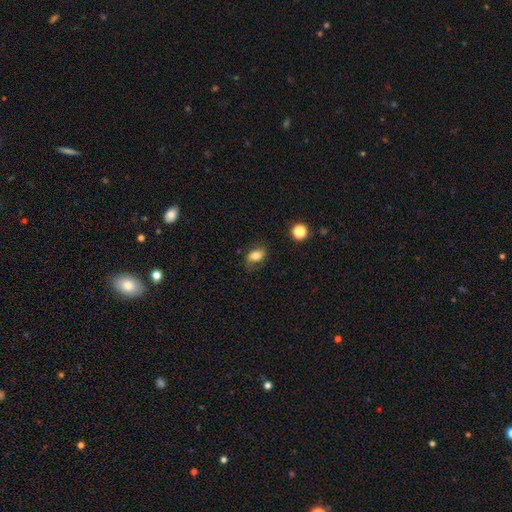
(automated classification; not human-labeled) smooth-or-featured: smooth: 77% | featured or disk: 13% | star or artifact: 10%
  how-rounded: in between: 82% | round: 16% | cigar-shaped: 2%
  merging: none: 73% | minor disturbance: 20% | major disturbance: 6% | merger: 2%